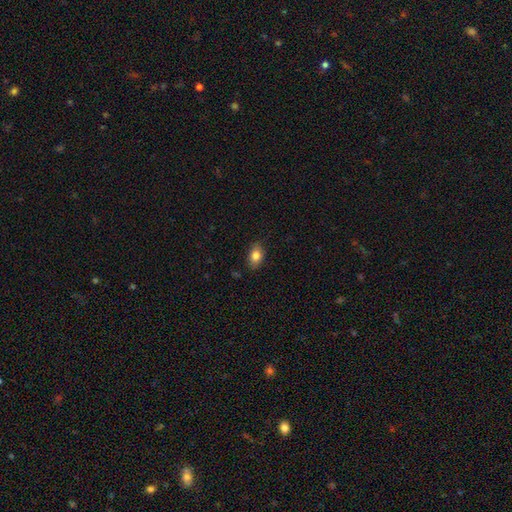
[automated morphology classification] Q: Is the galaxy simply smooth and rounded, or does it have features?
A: smooth — 83%.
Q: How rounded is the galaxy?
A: in between — 85%.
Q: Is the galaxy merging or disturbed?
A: none — 83%.